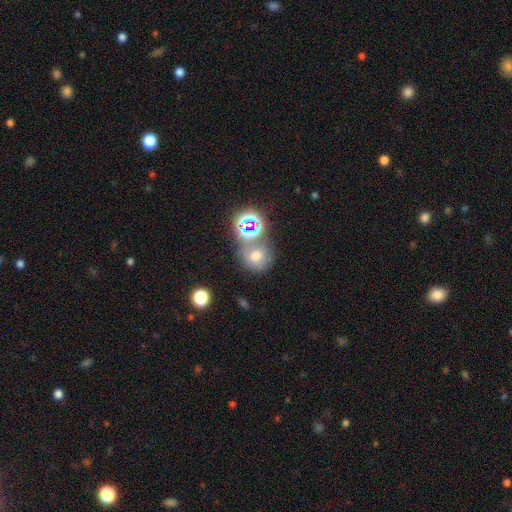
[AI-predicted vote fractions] smooth 55%, star or artifact 31%, featured or disk 14%. Down the decision tree: how rounded — round (79%); merging — none (53%).